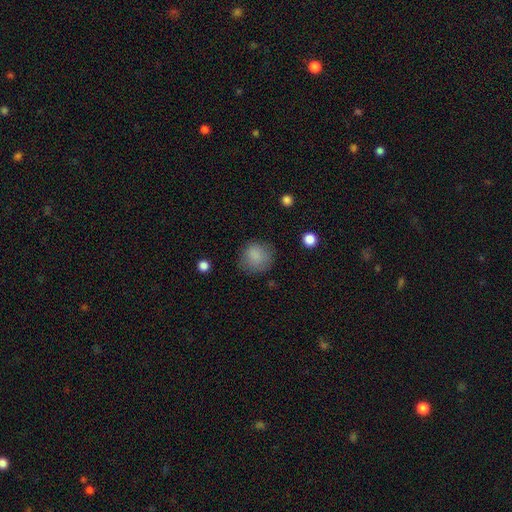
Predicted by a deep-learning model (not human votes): Morphology: type=smooth (85%); roundness=round (85%); merging=none (76%).